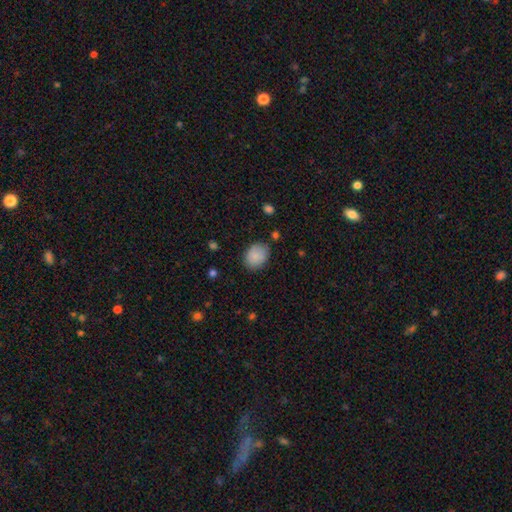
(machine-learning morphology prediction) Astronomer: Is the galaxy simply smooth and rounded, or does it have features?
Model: smooth — 87%.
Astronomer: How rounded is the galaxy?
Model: in between — 61% (runner-up: round, 38%).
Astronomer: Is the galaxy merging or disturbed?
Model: none — 80%.